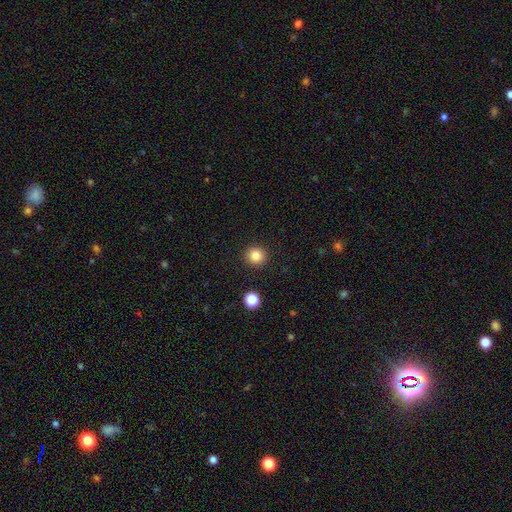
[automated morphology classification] A smooth galaxy with no disk features (83%) that is round (92%).

Vote fractions:
- Smooth or featured? smooth: 83% / star or artifact: 11% / featured or disk: 6%
- How rounded? round: 92% / in between: 7% / cigar-shaped: 1%
- Merging? none: 91% / minor disturbance: 5% / major disturbance: 2% / merger: 1%